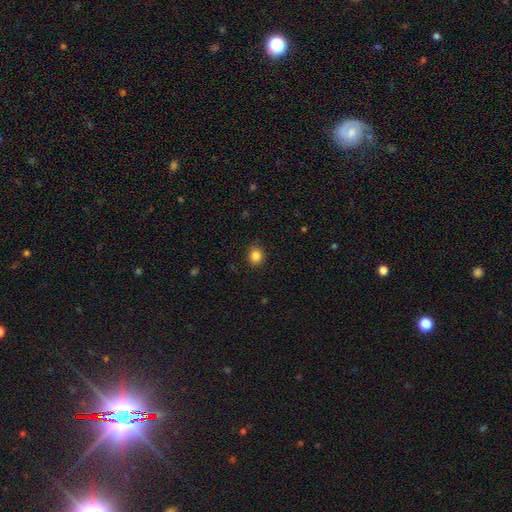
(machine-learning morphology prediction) Q: Smooth or featured?
A: smooth (85%); runner-up: star or artifact (11%)
Q: How rounded?
A: round (70%); runner-up: in between (29%)
Q: Merging?
A: none (86%); runner-up: minor disturbance (10%)